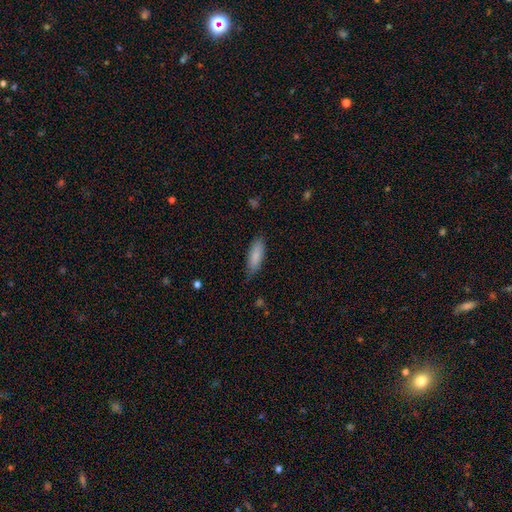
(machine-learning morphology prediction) smooth 85%, featured or disk 9%, star or artifact 6%. Down the decision tree: how rounded — in between (61%); merging — none (72%).